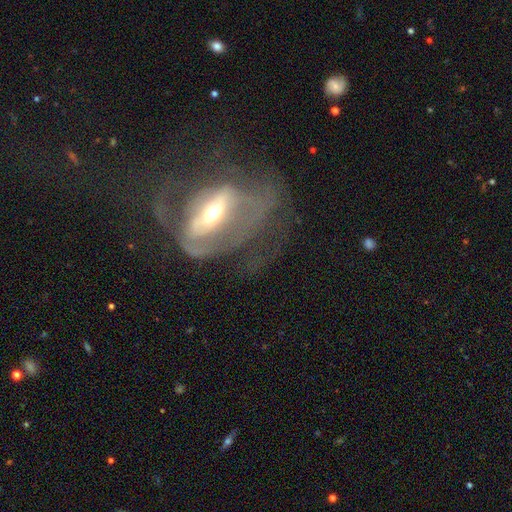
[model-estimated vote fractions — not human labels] Q: Smooth or featured?
A: featured or disk (77%); runner-up: smooth (15%)
Q: Edge-on disk?
A: no (85%); runner-up: yes (15%)
Q: Bar?
A: strong (47%); runner-up: weak (28%)
Q: Spiral arms?
A: yes (58%); runner-up: no (42%)
Q: Bulge size?
A: moderate (63%); runner-up: small (26%)
Q: Merging?
A: major disturbance (48%); runner-up: none (32%)